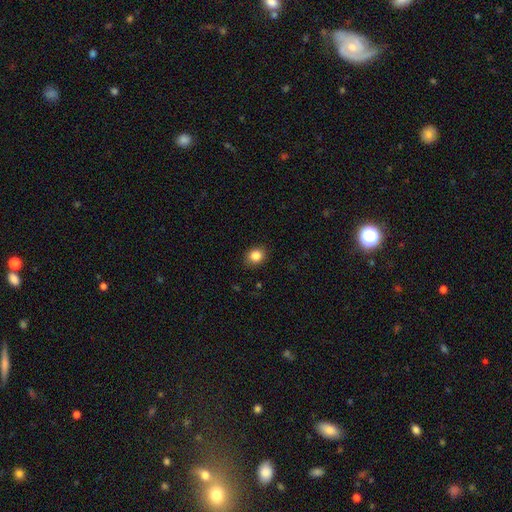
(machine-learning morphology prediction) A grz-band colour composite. It shows a smooth galaxy with no disk features (85%) that is round (64%). Merging: none (88%).